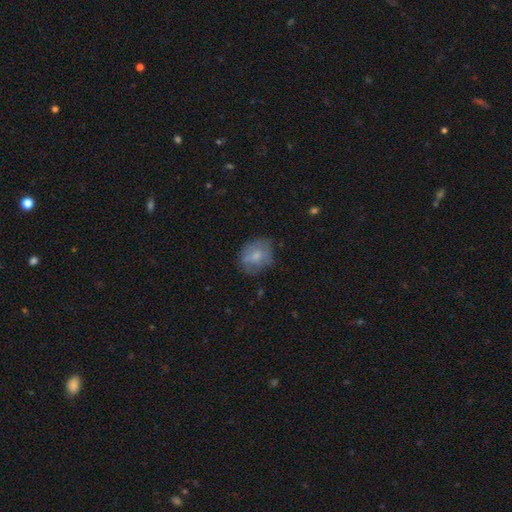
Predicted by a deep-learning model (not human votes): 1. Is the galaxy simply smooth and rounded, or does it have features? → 64% smooth, 27% featured or disk, 8% star or artifact.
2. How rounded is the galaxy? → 54% round, 45% in between, 1% cigar-shaped.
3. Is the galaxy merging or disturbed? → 64% none, 24% minor disturbance, 10% major disturbance, 2% merger.